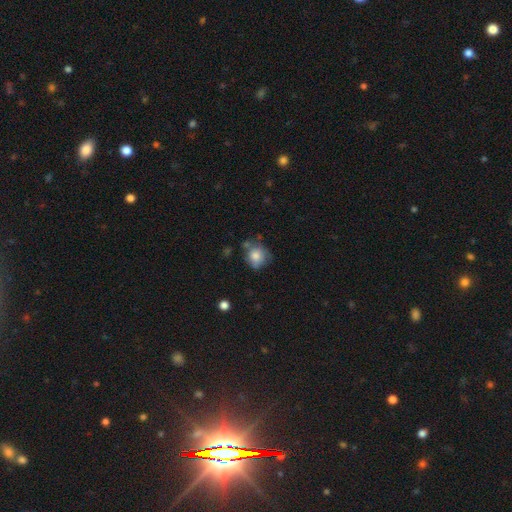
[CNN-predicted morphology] A smooth galaxy with no disk features (76%) that is round (79%). Merging: none (54%).